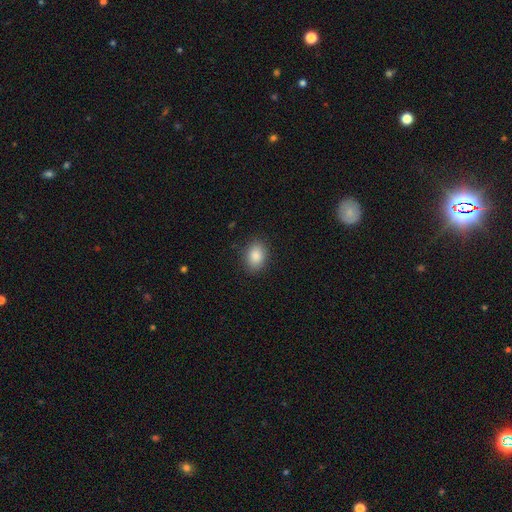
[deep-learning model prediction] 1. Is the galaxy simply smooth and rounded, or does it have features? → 87% smooth, 8% star or artifact, 5% featured or disk.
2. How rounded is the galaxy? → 76% in between, 23% round, 1% cigar-shaped.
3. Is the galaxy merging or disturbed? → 88% none, 9% minor disturbance, 3% major disturbance, 1% merger.